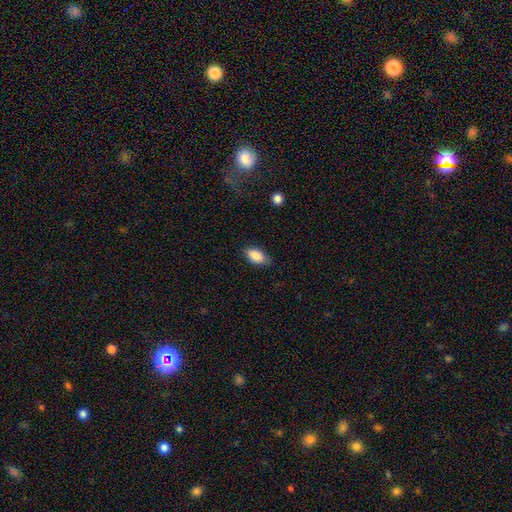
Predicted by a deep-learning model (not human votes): The model was most divided on "merging": none: 80%, minor disturbance: 15%, major disturbance: 3%, merger: 1%. More confident: how rounded — in between (92%); smooth or featured — smooth (88%).